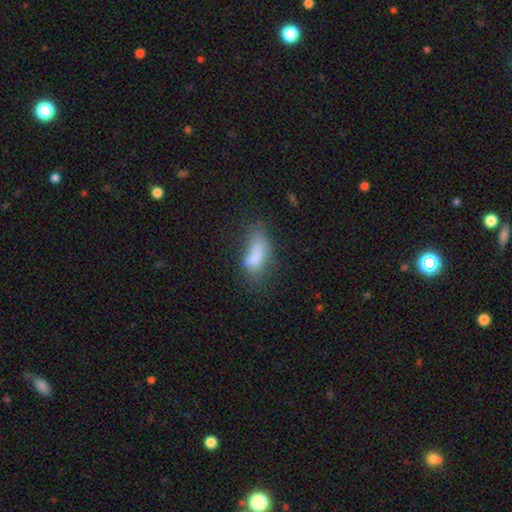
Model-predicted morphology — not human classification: This appears to be a smooth galaxy with no disk features (74%) that is in between round and cigar-shaped (81%). Merging: none (35%).